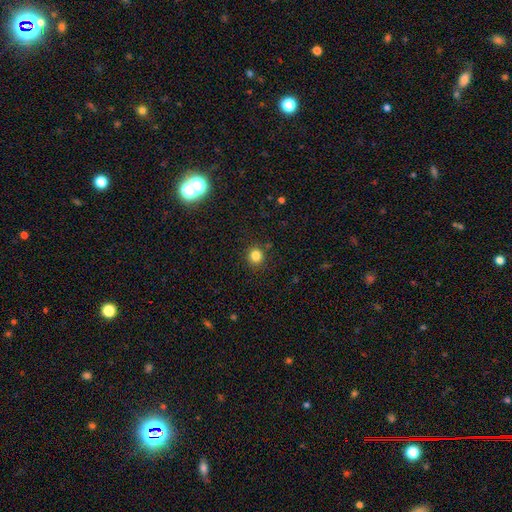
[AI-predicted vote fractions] This appears to be a smooth galaxy with no disk features (82%) that is round (91%). Merging: none (89%).